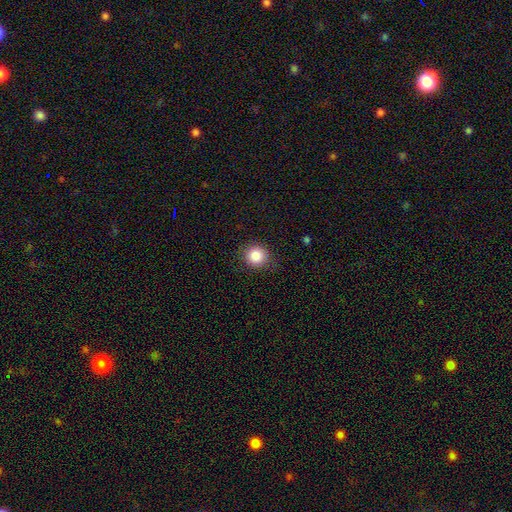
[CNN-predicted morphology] Smooth or featured? Predicted: smooth (p=0.85). How rounded? Predicted: round (p=0.89). Merging? Predicted: none (p=0.87).